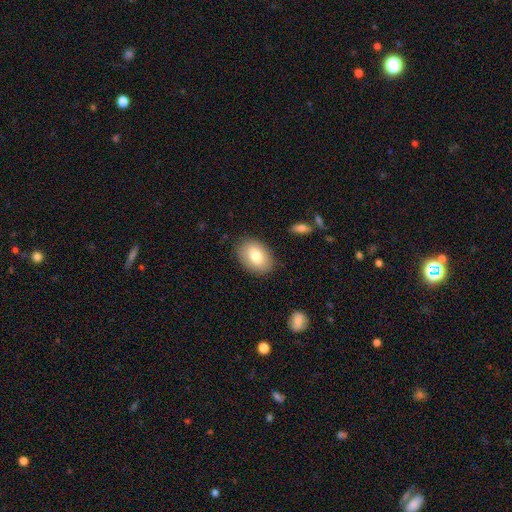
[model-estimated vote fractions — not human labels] Overall: smooth (78%). How rounded: in between (87%). Merging: none (85%).